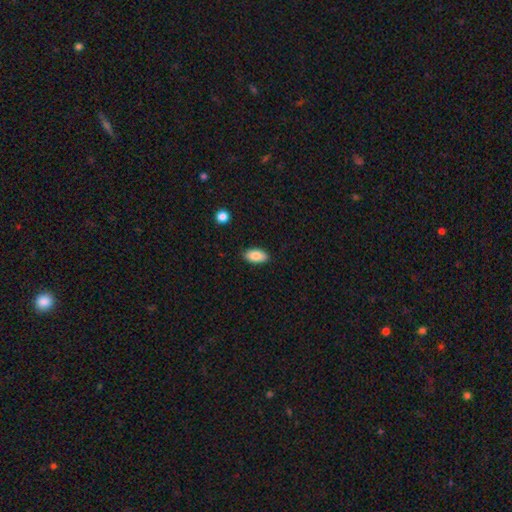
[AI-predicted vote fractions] Smooth or featured?
  - smooth: 85% *
  - featured or disk: 8%
  - star or artifact: 7%
How rounded?
  - in between: 93% *
  - cigar-shaped: 4%
  - round: 3%
Merging?
  - none: 88% *
  - minor disturbance: 9%
  - major disturbance: 2%
  - merger: 1%